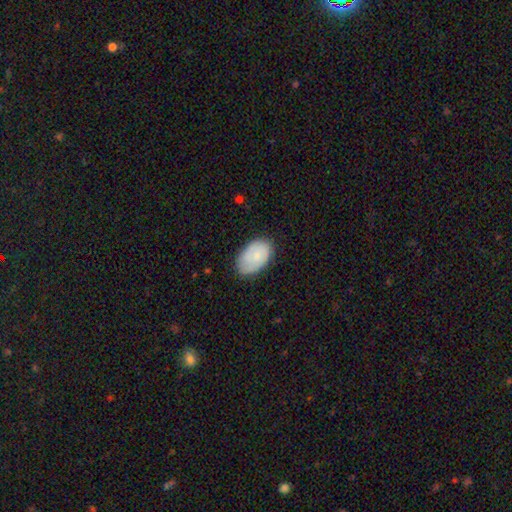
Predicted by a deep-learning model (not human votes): Overall: smooth (68%). How rounded: in between (91%). Merging: none (74%).